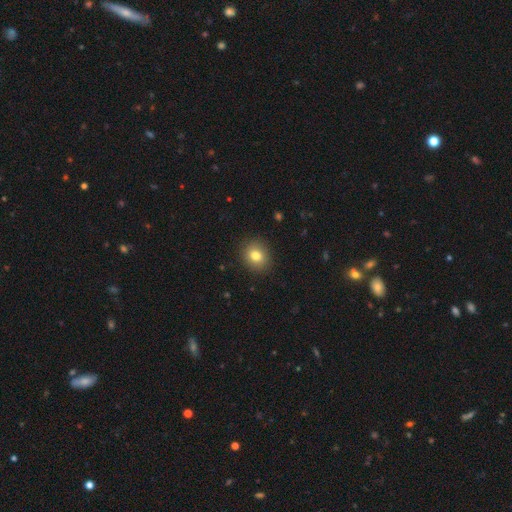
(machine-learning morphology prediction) smooth-or-featured: smooth: 81% | star or artifact: 11% | featured or disk: 9%
  how-rounded: round: 71% | in between: 28% | cigar-shaped: 1%
  merging: none: 89% | minor disturbance: 8% | major disturbance: 2% | merger: 1%